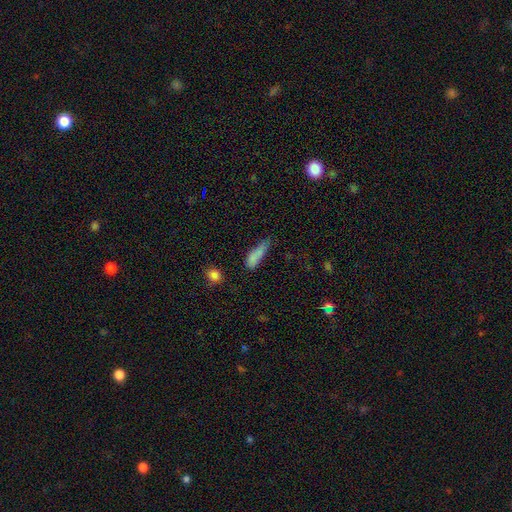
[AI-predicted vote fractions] Smooth or featured: smooth — 79% (star or artifact — 11%)
How rounded: cigar-shaped — 52% (in between — 44%)
Merging: none — 38% (minor disturbance — 35%)